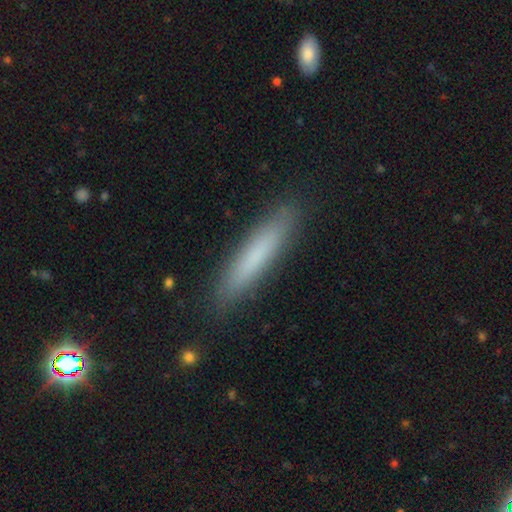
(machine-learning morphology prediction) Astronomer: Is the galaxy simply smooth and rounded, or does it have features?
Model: smooth — 74%.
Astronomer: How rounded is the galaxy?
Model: cigar-shaped — 89%.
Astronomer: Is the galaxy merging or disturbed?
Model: none — 89%.